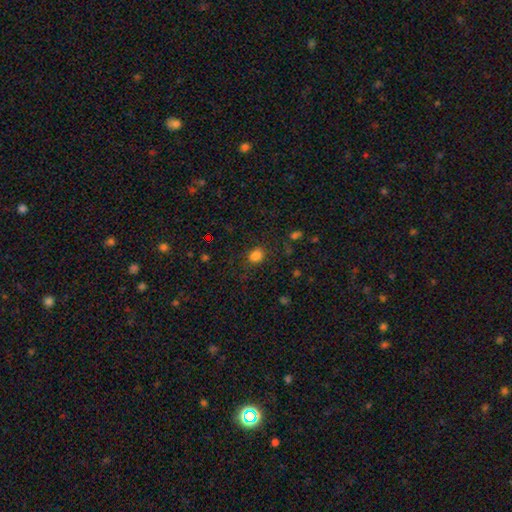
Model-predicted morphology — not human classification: type=smooth (80%); roundness=round (50%); merging=none (79%).